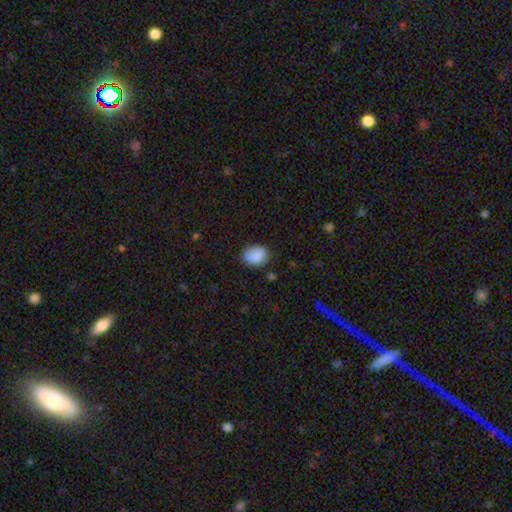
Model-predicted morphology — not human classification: smooth_or_featured: smooth (p=0.87) [alt: star or artifact p=0.08]
how_rounded: in between (p=0.60) [alt: round p=0.39]
merging: none (p=0.74) [alt: minor disturbance p=0.19]